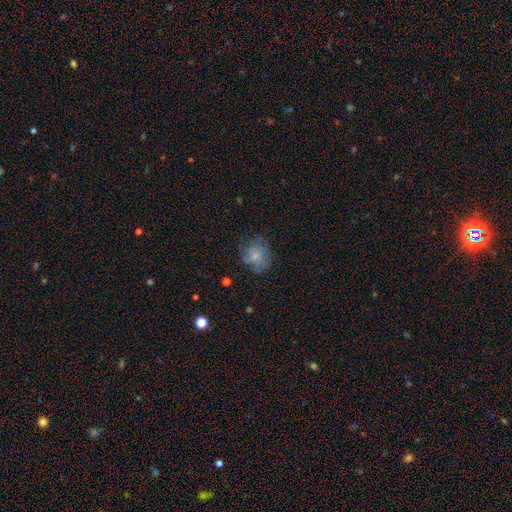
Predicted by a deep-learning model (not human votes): Smooth or featured: smooth — 58% (featured or disk — 32%)
How rounded: round — 70% (in between — 29%)
Merging: none — 59% (minor disturbance — 24%)